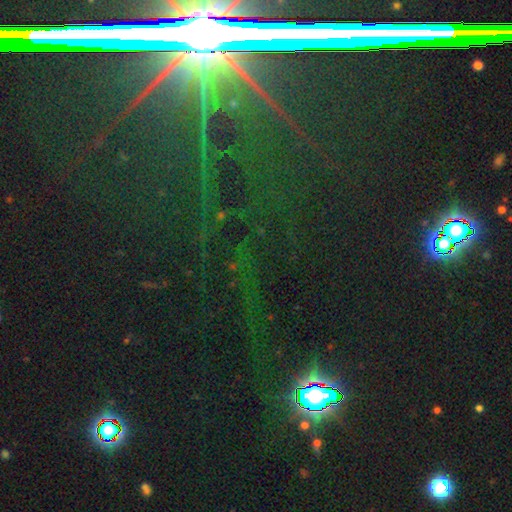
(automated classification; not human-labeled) The model was most divided on "smooth or featured": star or artifact: 82%, featured or disk: 10%, smooth: 8%.